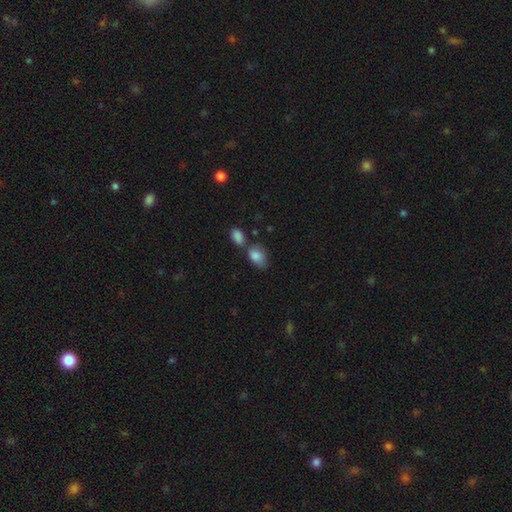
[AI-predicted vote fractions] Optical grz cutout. It shows a smooth galaxy with no disk features (85%) that is in between round and cigar-shaped (87%). Merging: none (46%).